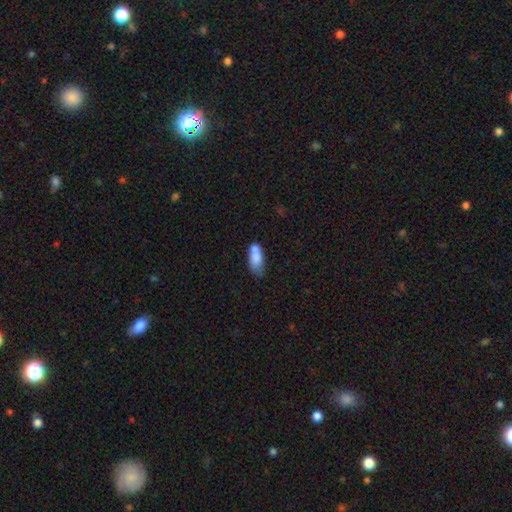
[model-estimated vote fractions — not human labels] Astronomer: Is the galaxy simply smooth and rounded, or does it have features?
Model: smooth — 79%.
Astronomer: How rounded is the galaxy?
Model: in between — 81%.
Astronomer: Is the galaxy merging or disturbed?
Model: none — 42% (runner-up: minor disturbance, 26%).